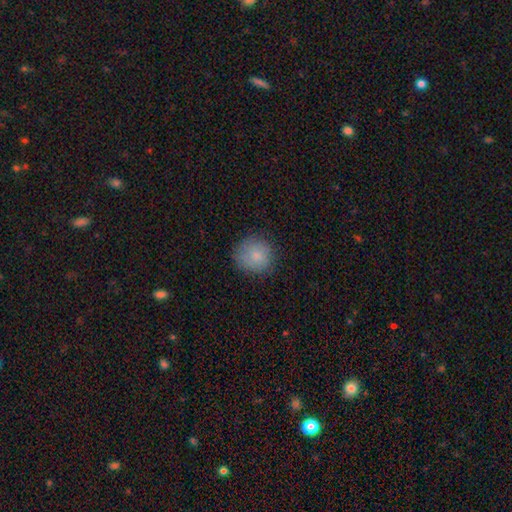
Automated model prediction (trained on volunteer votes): smooth_or_featured: smooth (p=0.83) [alt: featured or disk p=0.09]
how_rounded: round (p=0.89) [alt: in between p=0.10]
merging: none (p=0.81) [alt: minor disturbance p=0.14]